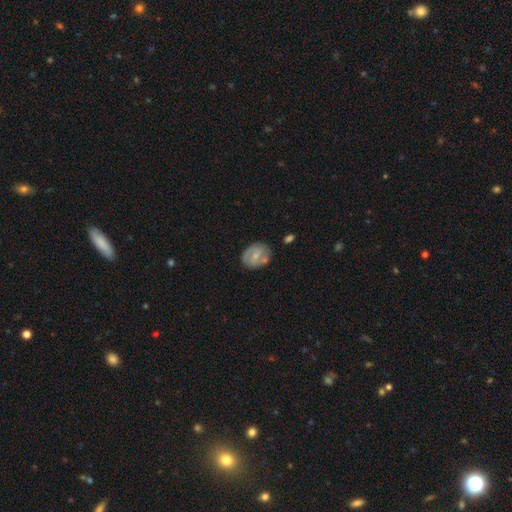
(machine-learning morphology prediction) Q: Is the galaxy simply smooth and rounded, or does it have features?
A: featured or disk — 51%.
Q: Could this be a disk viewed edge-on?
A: no — 96%.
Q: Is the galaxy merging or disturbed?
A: none — 68%.